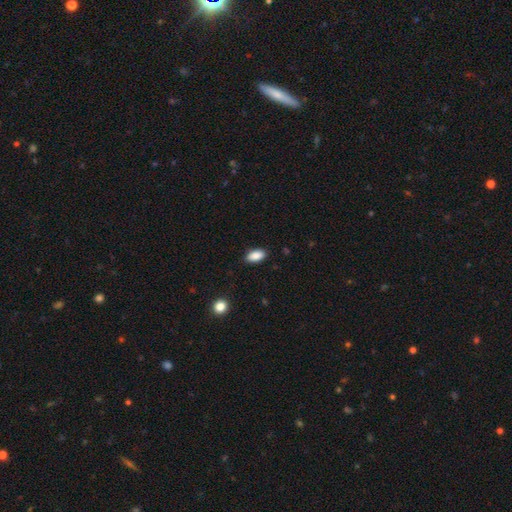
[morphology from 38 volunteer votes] Smooth or featured? smooth (82%)
How rounded? in between (94%)
Merging? none (75%)